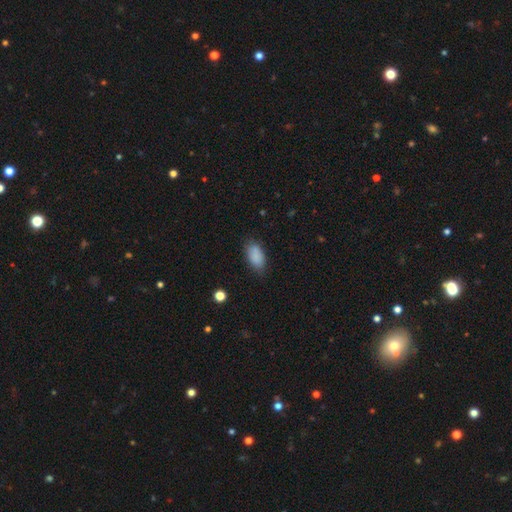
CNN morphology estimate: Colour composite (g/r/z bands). It shows a smooth galaxy with no disk features (87%) that is in between round and cigar-shaped (92%). Merging: none (78%).